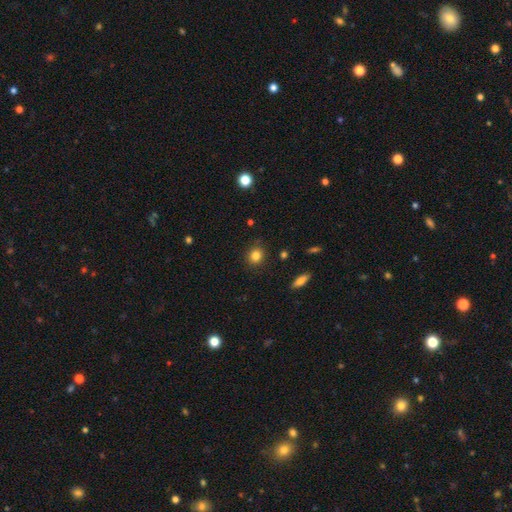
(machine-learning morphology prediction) Smooth or featured? Predicted: smooth (p=0.83). How rounded? Predicted: round (p=0.79). Merging? Predicted: none (p=0.87).